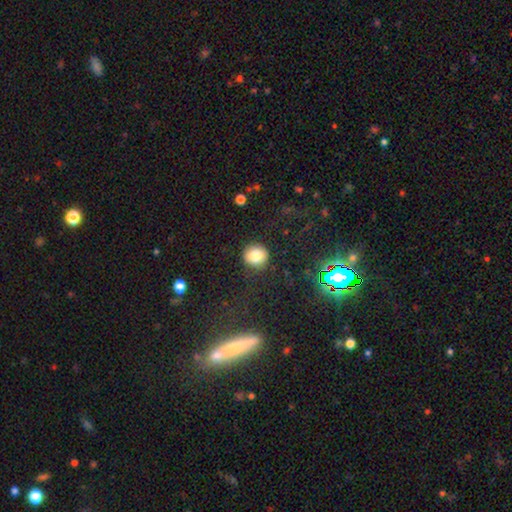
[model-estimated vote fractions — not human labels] Smooth or featured? Predicted: smooth (p=0.79). How rounded? Predicted: round (p=0.89). Merging? Predicted: none (p=0.85).